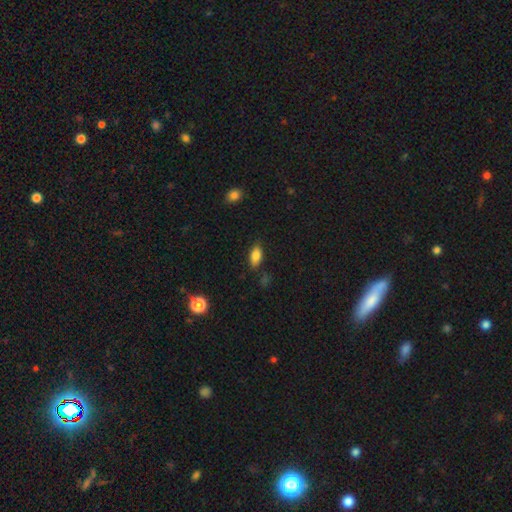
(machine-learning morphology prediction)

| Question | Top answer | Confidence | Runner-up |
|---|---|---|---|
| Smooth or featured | smooth | 84% | star or artifact (9%) |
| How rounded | in between | 89% | cigar-shaped (7%) |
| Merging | none | 79% | minor disturbance (15%) |